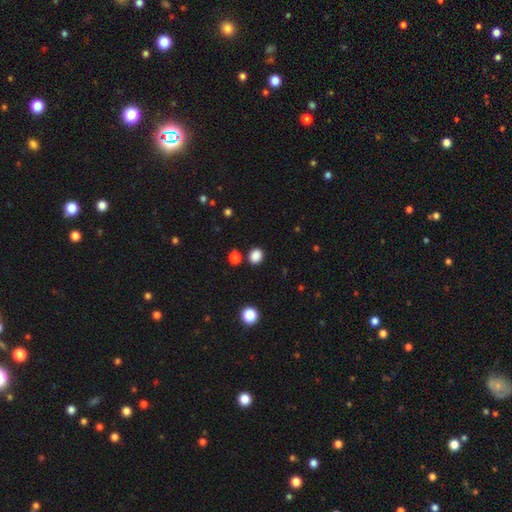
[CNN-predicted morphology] This appears to be a smooth galaxy with no disk features (86%) that is round (63%). Merging: none (84%).